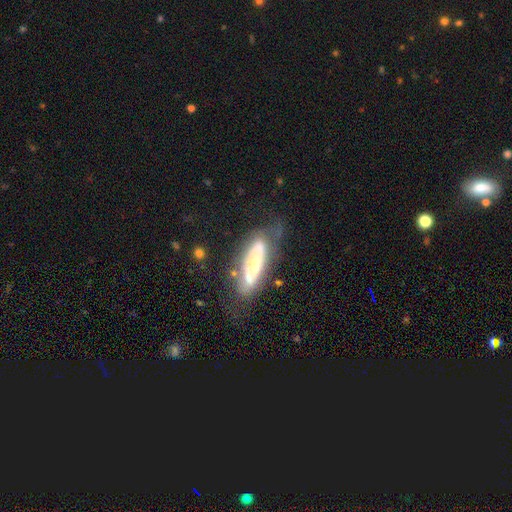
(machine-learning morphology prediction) Smooth or featured? Predicted: featured or disk (p=0.63). Edge-on disk? Predicted: no (p=0.77). Merging? Predicted: none (p=0.46).